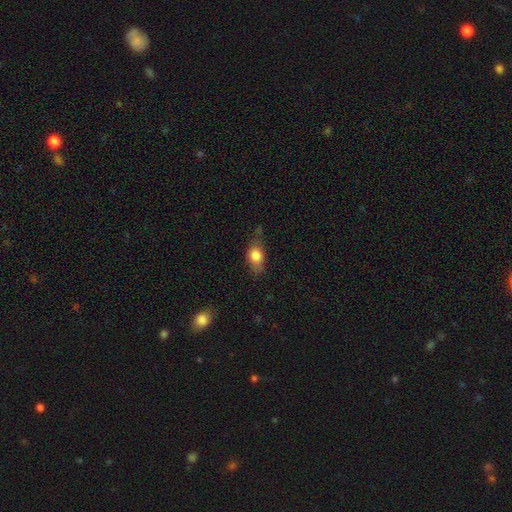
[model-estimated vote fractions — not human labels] smooth-or-featured: smooth: 77% | featured or disk: 14% | star or artifact: 9%
  how-rounded: in between: 71% | round: 23% | cigar-shaped: 6%
  merging: none: 56% | minor disturbance: 31% | major disturbance: 11% | merger: 3%